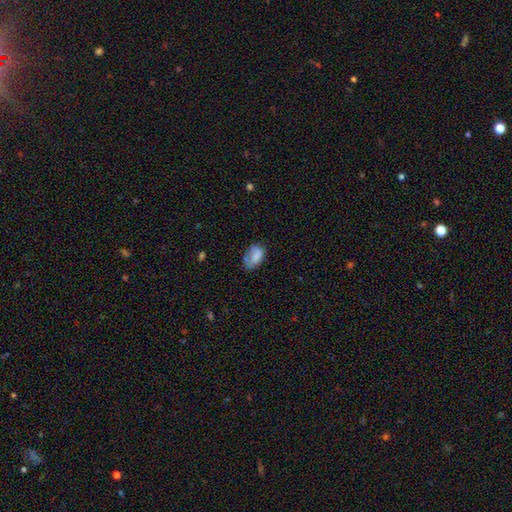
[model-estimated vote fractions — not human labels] Smooth or featured?
  - smooth: 75% *
  - featured or disk: 17%
  - star or artifact: 9%
How rounded?
  - in between: 88% *
  - round: 10%
  - cigar-shaped: 2%
Merging?
  - none: 48% *
  - minor disturbance: 33%
  - major disturbance: 15%
  - merger: 4%